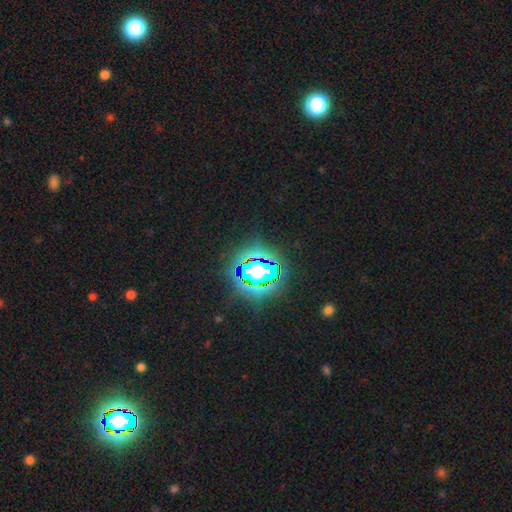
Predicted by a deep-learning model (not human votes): star or artifact 81%, smooth 12%, featured or disk 7%.